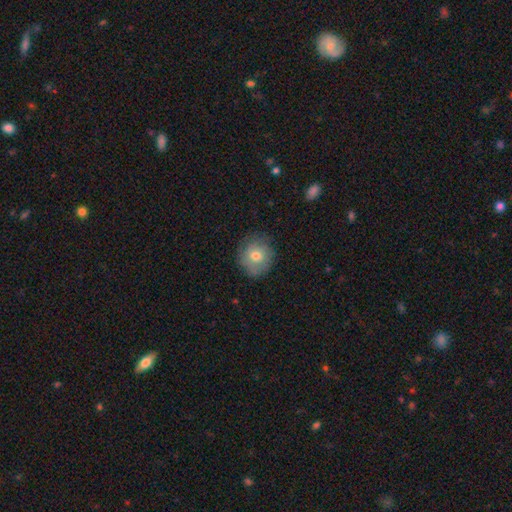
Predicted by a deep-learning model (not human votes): smooth_or_featured: smooth (p=0.69) [alt: featured or disk p=0.23]
how_rounded: round (p=0.83) [alt: in between p=0.16]
merging: none (p=0.74) [alt: minor disturbance p=0.19]